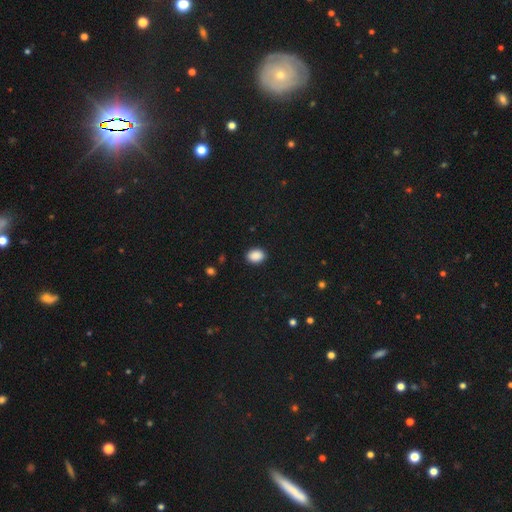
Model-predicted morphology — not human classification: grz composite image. It shows a smooth galaxy with no disk features (89%) that is in between round and cigar-shaped (72%). Merging: none (89%).